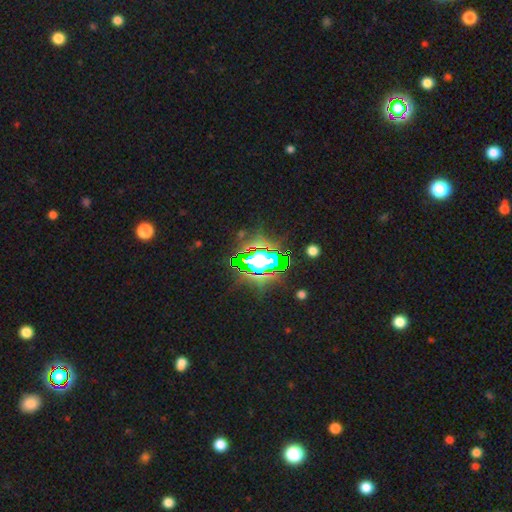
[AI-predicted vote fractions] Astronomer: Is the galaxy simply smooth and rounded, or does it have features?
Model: star or artifact — 70%.